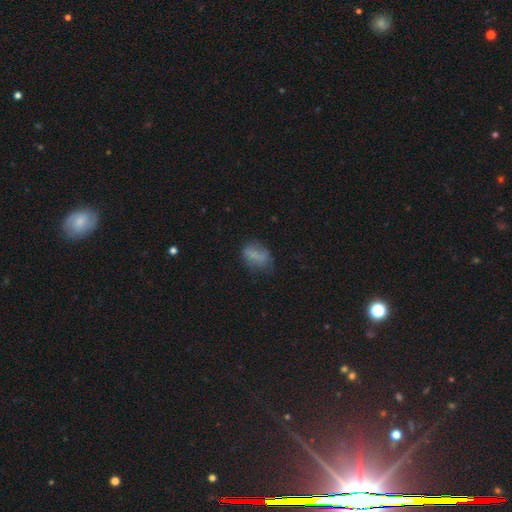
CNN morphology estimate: smooth 70%, featured or disk 19%, star or artifact 11%. Down the decision tree: how rounded — in between (78%); merging — none (55%).